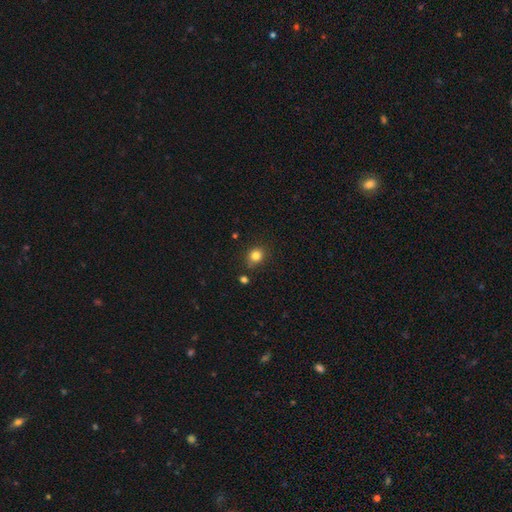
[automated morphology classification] Smooth or featured: smooth — 82% (star or artifact — 12%)
How rounded: round — 71% (in between — 28%)
Merging: none — 78% (minor disturbance — 15%)